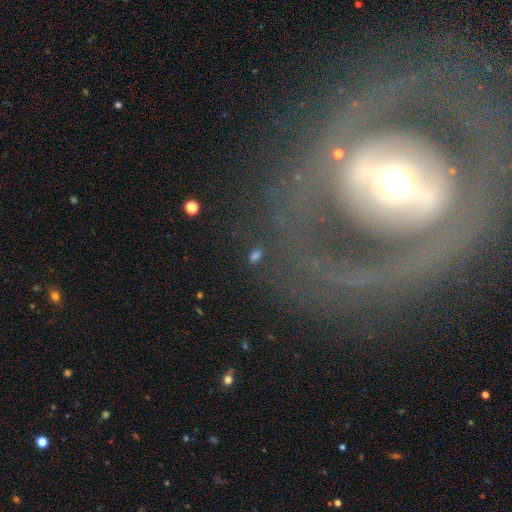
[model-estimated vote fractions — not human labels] This is marginally a star or artifact rather than a galaxy (37%).